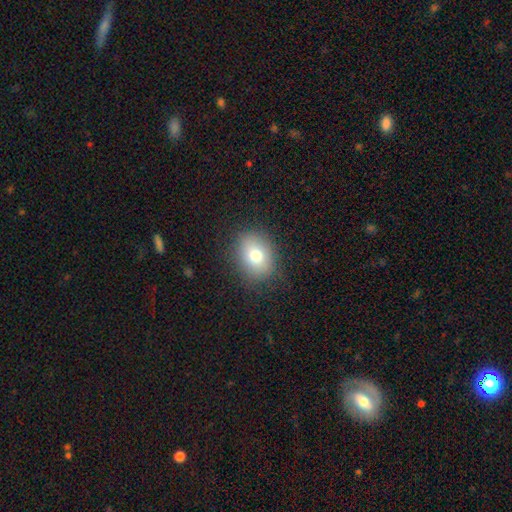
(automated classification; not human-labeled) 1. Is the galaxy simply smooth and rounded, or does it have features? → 76% smooth, 13% featured or disk, 11% star or artifact.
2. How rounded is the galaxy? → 58% in between, 41% round, 1% cigar-shaped.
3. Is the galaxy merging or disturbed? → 84% none, 11% minor disturbance, 4% major disturbance, 1% merger.